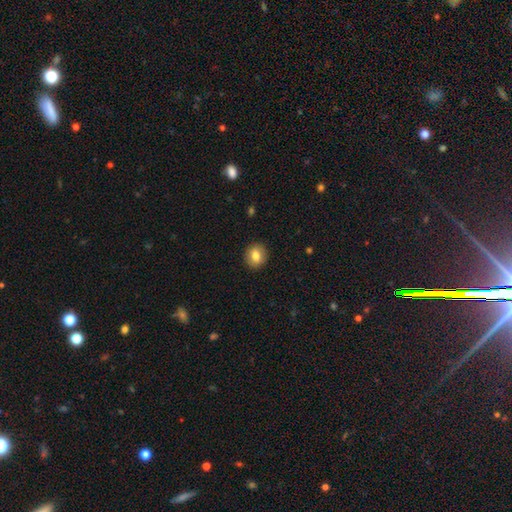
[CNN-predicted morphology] Smooth or featured? Predicted: smooth (p=0.80). How rounded? Predicted: round (p=0.78). Merging? Predicted: none (p=0.91).